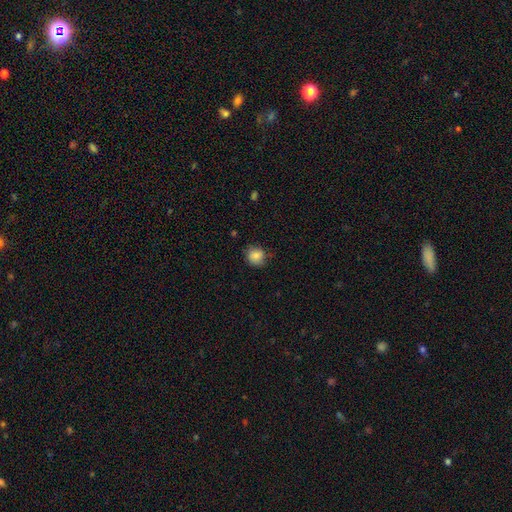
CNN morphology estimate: A smooth galaxy with no disk features (83%) that is round (84%).

Vote fractions:
- Smooth or featured? smooth: 83% / star or artifact: 9% / featured or disk: 8%
- How rounded? round: 84% / in between: 15% / cigar-shaped: 1%
- Merging? none: 74% / minor disturbance: 20% / major disturbance: 4% / merger: 1%